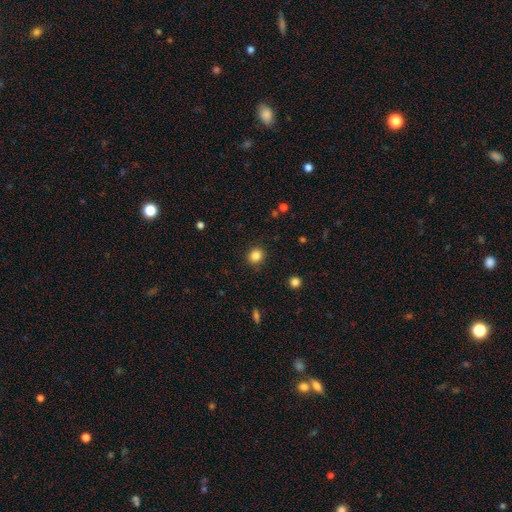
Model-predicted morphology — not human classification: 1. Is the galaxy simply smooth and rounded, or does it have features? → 84% smooth, 11% star or artifact, 4% featured or disk.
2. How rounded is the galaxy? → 80% round, 19% in between, 1% cigar-shaped.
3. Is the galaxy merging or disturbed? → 89% none, 7% minor disturbance, 2% major disturbance, 1% merger.